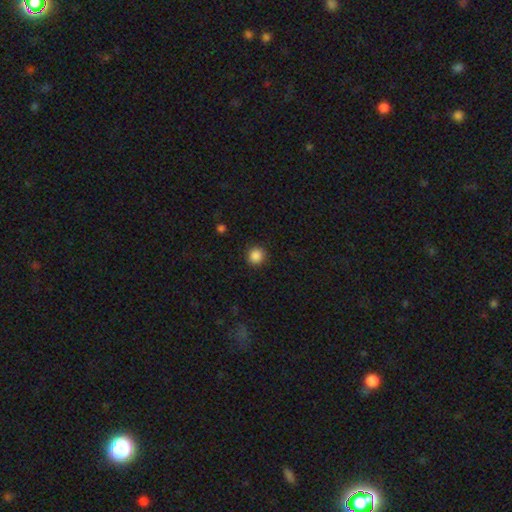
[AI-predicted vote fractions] Overall: smooth (87%). How rounded: round (93%). Merging: none (90%).